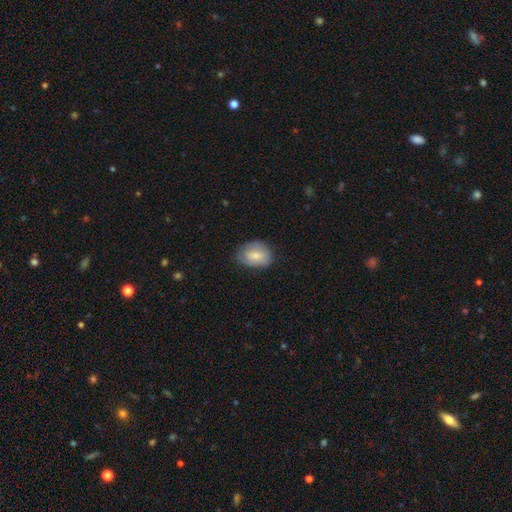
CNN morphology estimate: smooth 73%, featured or disk 21%, star or artifact 7%. Down the decision tree: how rounded — in between (75%); merging — none (70%).